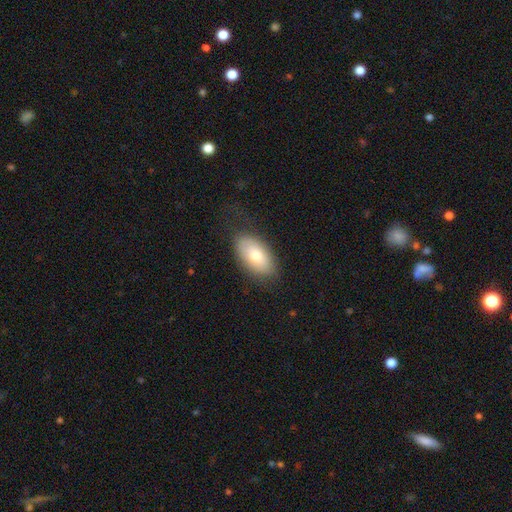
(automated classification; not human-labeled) A smooth galaxy with no disk features (72%) that is in between round and cigar-shaped (93%). Merging: none (72%).